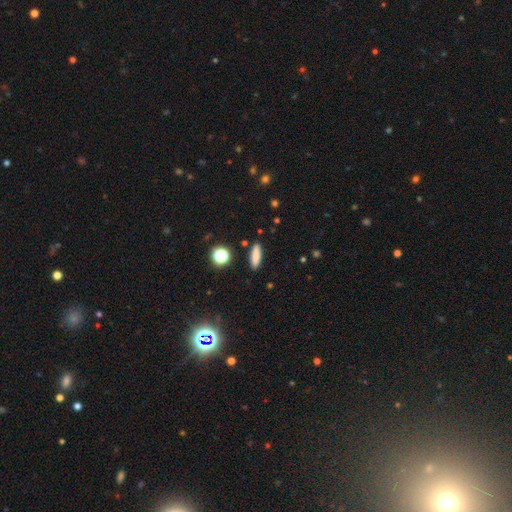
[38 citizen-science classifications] Overall: smooth (79%). How rounded: cigar-shaped (93%). Merging: none (89%).